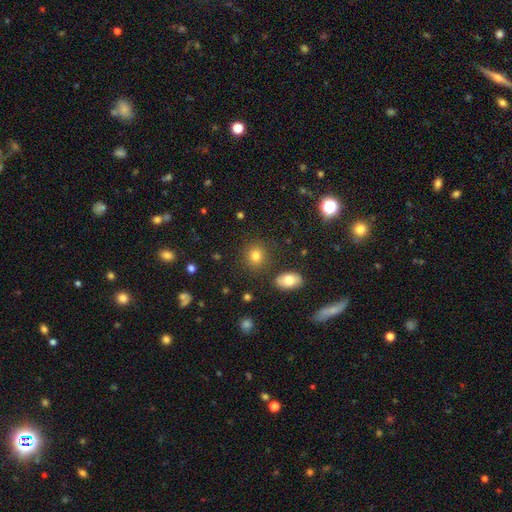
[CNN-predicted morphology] type=smooth (81%); roundness=round (72%); merging=none (84%).